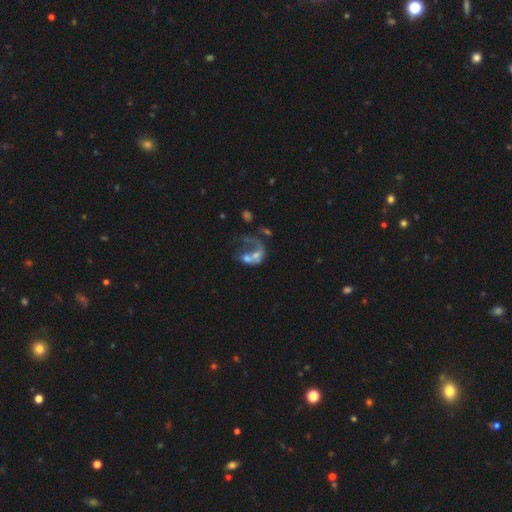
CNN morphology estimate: featured or disk 63%, smooth 27%, star or artifact 11%. Down the decision tree: edge-on disk — no (98%); bar — no (77%); spiral arms — no (51%); bulge size — moderate (41%); merging — merger (50%).